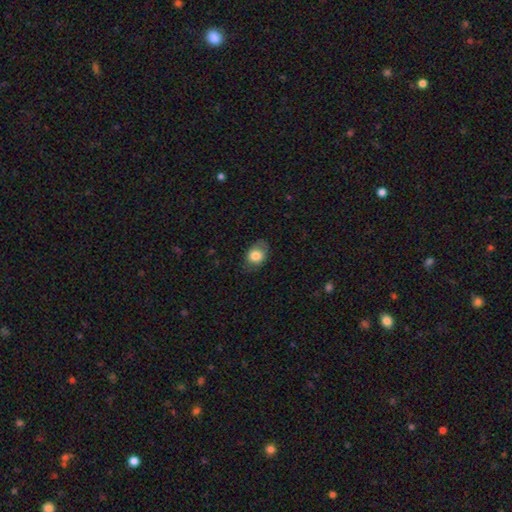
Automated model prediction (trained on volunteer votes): A smooth galaxy with no disk features (80%) that is in between round and cigar-shaped (60%). Merging: none (70%).